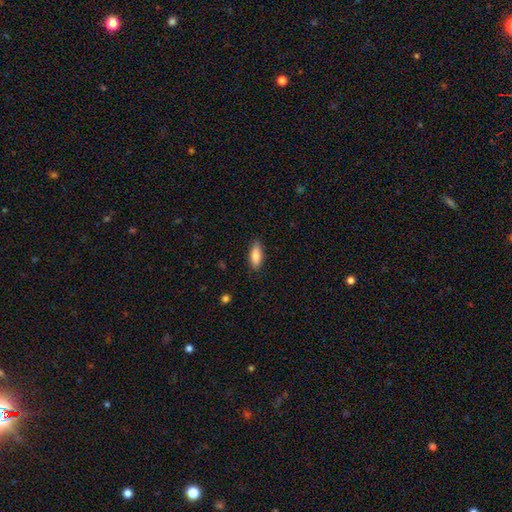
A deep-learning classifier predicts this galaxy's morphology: Smooth or featured? Predicted: smooth (p=0.84). How rounded? Predicted: in between (p=0.76). Merging? Predicted: none (p=0.86).